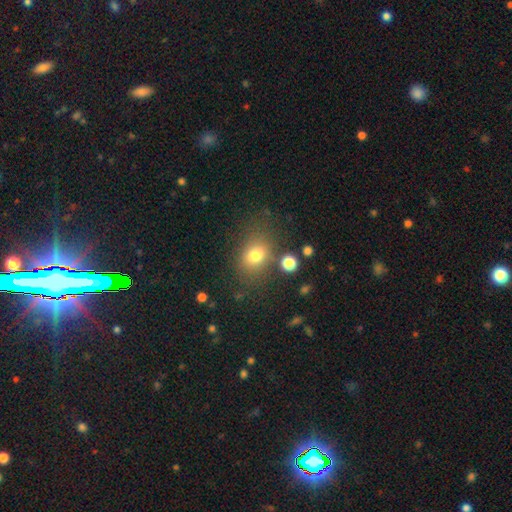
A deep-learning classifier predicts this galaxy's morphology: A smooth galaxy with no disk features (75%) that is in between round and cigar-shaped (55%). Merging: none (73%).